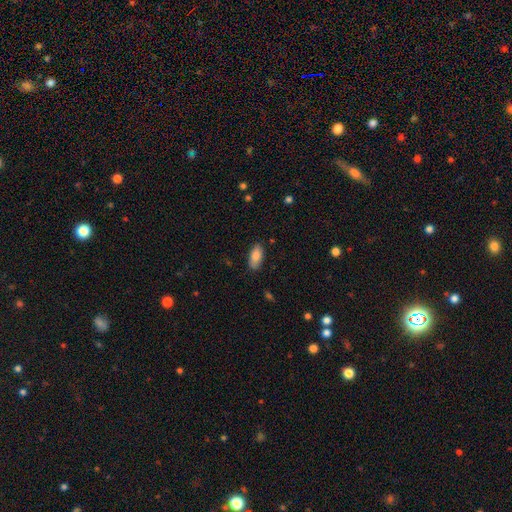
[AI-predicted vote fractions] Smooth or featured: smooth — 84% (featured or disk — 10%)
How rounded: in between — 91% (cigar-shaped — 7%)
Merging: none — 85% (minor disturbance — 12%)